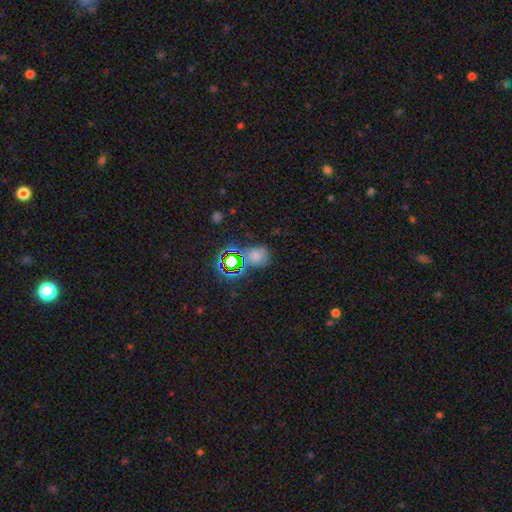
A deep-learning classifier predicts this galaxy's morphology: smooth_or_featured: smooth (p=0.52) [alt: star or artifact p=0.36]
how_rounded: in between (p=0.52) [alt: round p=0.47]
merging: none (p=0.59) [alt: minor disturbance p=0.20]